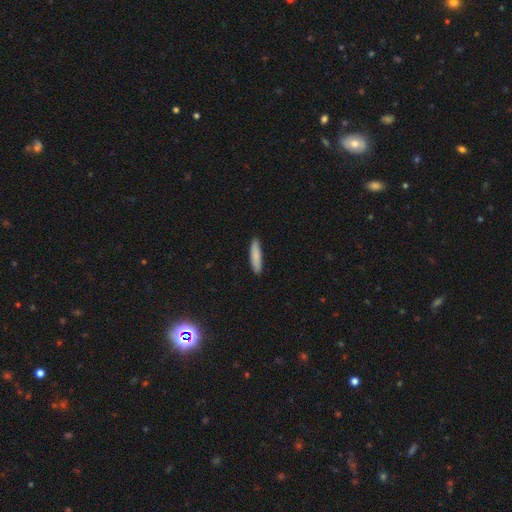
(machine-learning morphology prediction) Smooth or featured?
  - smooth: 84% *
  - featured or disk: 10%
  - star or artifact: 6%
How rounded?
  - cigar-shaped: 83% *
  - in between: 16%
  - round: 1%
Merging?
  - none: 87% *
  - minor disturbance: 10%
  - major disturbance: 2%
  - merger: 1%